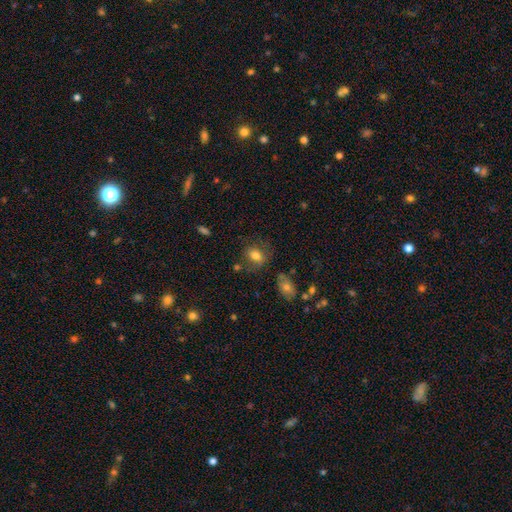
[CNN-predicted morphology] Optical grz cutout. It shows a smooth galaxy with no disk features (76%) that is in between round and cigar-shaped (62%). Merging: none (66%).